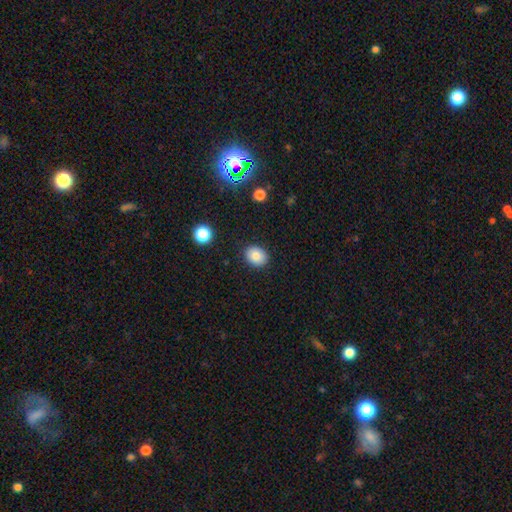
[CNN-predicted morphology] smooth_or_featured: smooth (p=0.82) [alt: star or artifact p=0.10]
how_rounded: in between (p=0.51) [alt: round p=0.48]
merging: none (p=0.88) [alt: minor disturbance p=0.08]